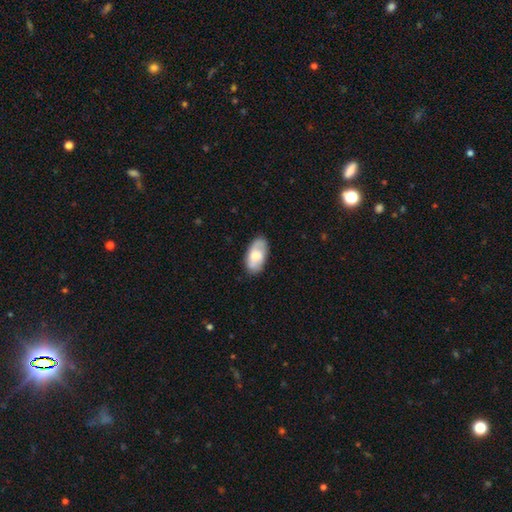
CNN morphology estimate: This is likely a smooth galaxy (64%). How rounded: clearly in between (94%). Merging: likely none (78%).